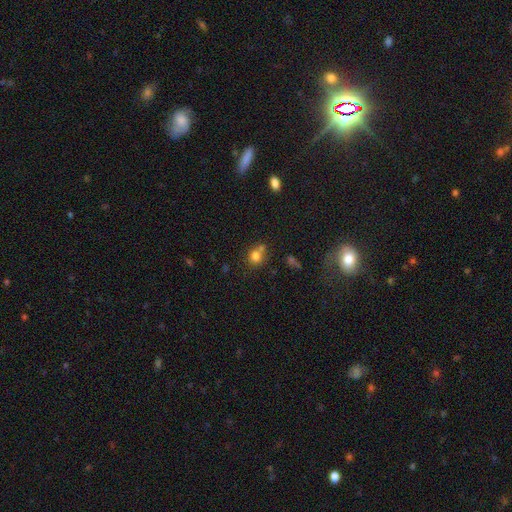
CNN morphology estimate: This is likely a smooth galaxy (77%). How rounded: likely round (75%). Merging: possibly none (52%).